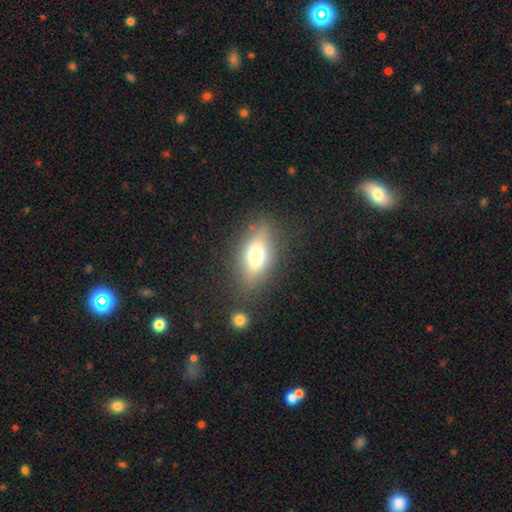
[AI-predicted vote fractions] smooth-or-featured: smooth: 64% | featured or disk: 25% | star or artifact: 11%
  how-rounded: in between: 77% | round: 13% | cigar-shaped: 10%
  merging: none: 79% | minor disturbance: 13% | major disturbance: 5% | merger: 3%